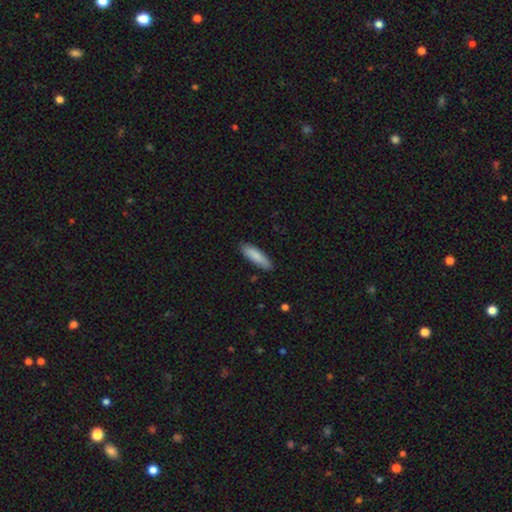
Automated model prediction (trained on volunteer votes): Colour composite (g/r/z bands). It shows a smooth galaxy with no disk features (86%) that is cigar-shaped (60%). Merging: none (85%).